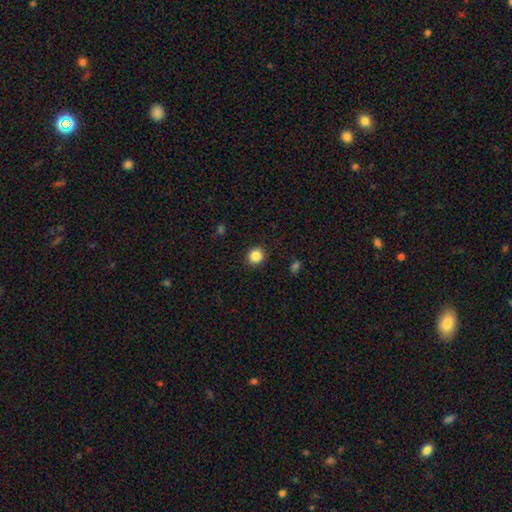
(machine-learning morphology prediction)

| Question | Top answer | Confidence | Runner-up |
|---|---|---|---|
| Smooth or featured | smooth | 86% | star or artifact (10%) |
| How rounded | round | 88% | in between (11%) |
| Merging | none | 91% | minor disturbance (6%) |